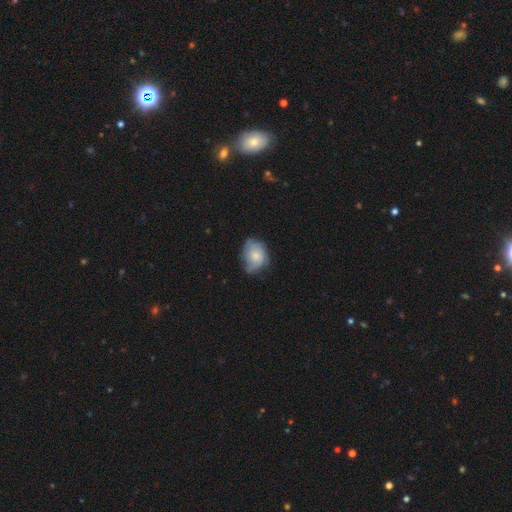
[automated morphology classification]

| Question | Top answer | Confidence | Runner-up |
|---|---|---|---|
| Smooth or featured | smooth | 63% | featured or disk (30%) |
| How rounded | in between | 58% | round (41%) |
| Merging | none | 49% | minor disturbance (37%) |